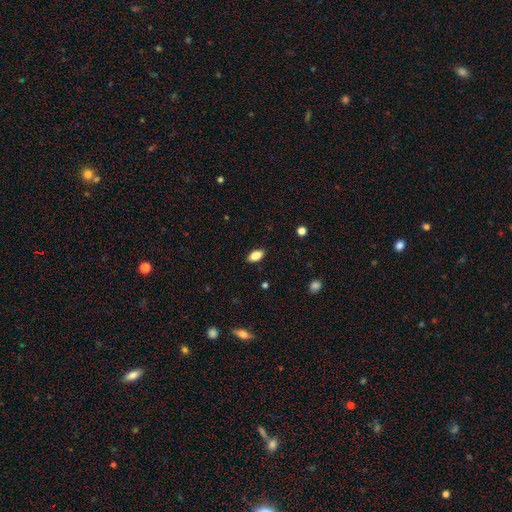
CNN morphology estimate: This appears to be a smooth galaxy with no disk features (85%) that is in between round and cigar-shaped (91%). Merging: none (88%).